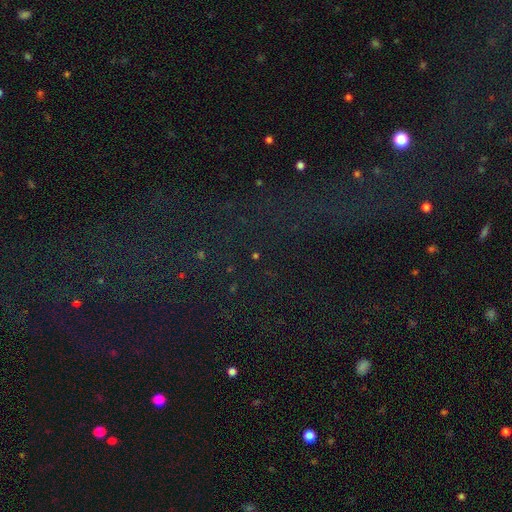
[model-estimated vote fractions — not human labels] Morphology: type=star or artifact (76%).